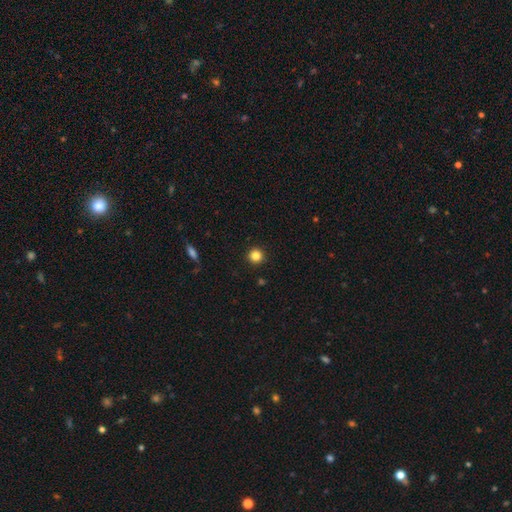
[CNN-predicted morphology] Q: Smooth or featured?
A: smooth (84%); runner-up: star or artifact (11%)
Q: How rounded?
A: round (95%); runner-up: in between (4%)
Q: Merging?
A: none (93%); runner-up: minor disturbance (5%)